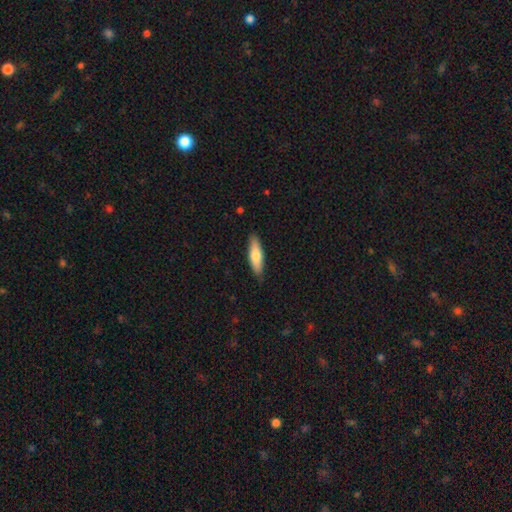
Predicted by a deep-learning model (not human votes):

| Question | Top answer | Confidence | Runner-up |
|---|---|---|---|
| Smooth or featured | smooth | 70% | featured or disk (25%) |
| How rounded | cigar-shaped | 57% | in between (41%) |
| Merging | none | 86% | minor disturbance (11%) |